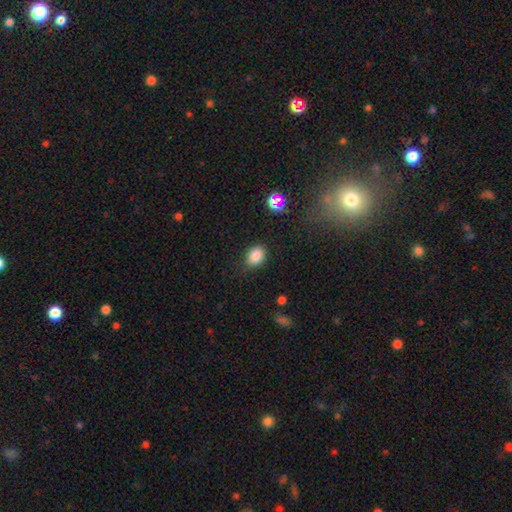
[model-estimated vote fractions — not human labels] The model was most divided on "how rounded": in between: 64%, round: 35%, cigar-shaped: 1%. More confident: smooth or featured — smooth (84%); merging — none (77%).